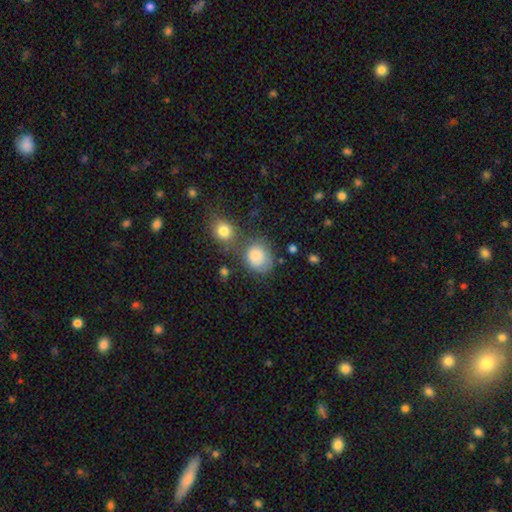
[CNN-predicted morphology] The model was most divided on "merging": none: 51%, minor disturbance: 21%, merger: 19%, major disturbance: 9%. More confident: smooth or featured — smooth (81%); how rounded — round (65%).